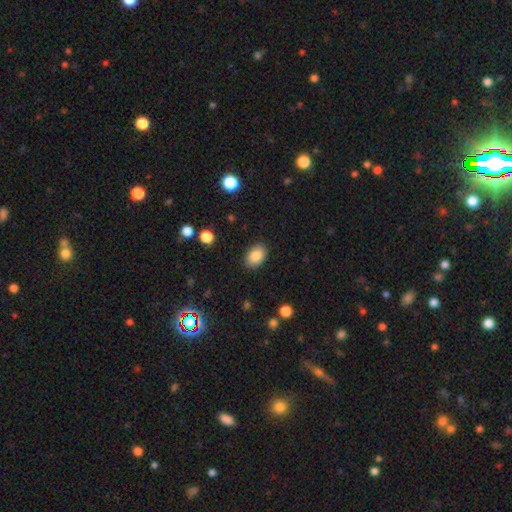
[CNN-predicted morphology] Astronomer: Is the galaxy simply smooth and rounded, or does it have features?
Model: smooth — 86%.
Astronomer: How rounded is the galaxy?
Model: in between — 84%.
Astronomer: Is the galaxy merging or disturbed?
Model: none — 87%.